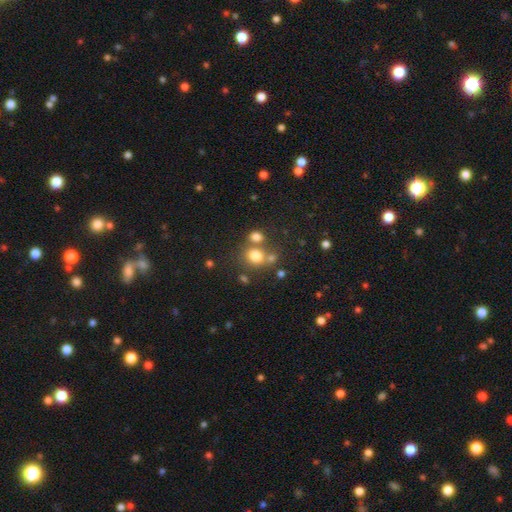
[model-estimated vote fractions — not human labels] Q: Smooth or featured?
A: smooth (75%); runner-up: star or artifact (15%)
Q: How rounded?
A: round (67%); runner-up: in between (32%)
Q: Merging?
A: none (55%); runner-up: merger (29%)